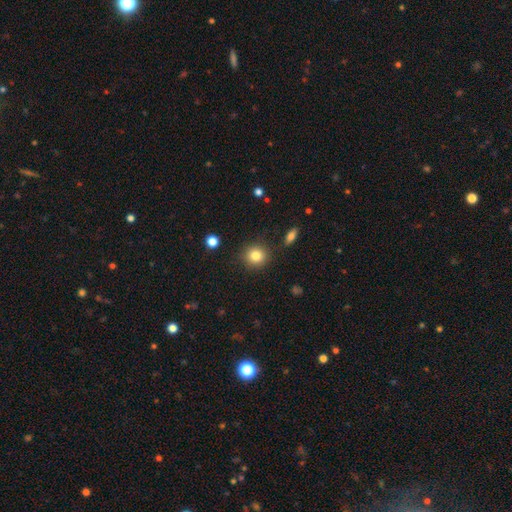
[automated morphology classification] This is clearly a smooth galaxy (83%). How rounded: clearly round (90%). Merging: clearly none (89%).